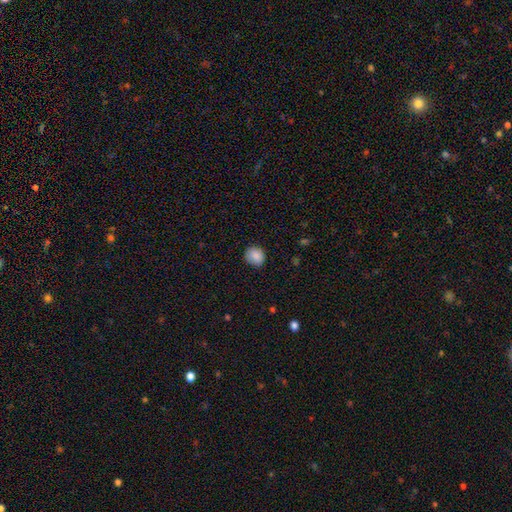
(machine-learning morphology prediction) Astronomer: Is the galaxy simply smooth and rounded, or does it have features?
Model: smooth — 87%.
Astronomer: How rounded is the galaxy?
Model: round — 78%.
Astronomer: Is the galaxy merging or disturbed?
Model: none — 81%.